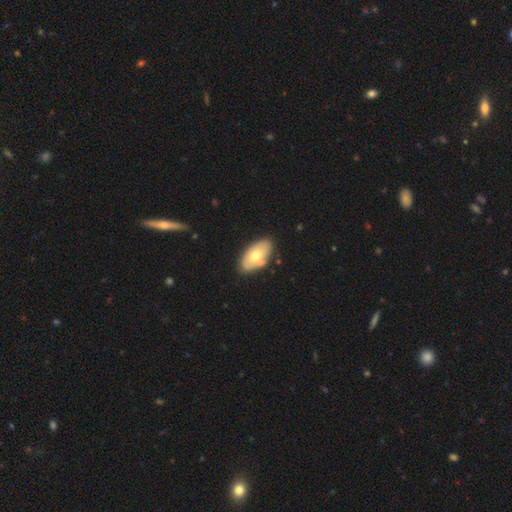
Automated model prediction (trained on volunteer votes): smooth-or-featured: smooth: 62% | featured or disk: 33% | star or artifact: 5%
  how-rounded: in between: 94% | round: 4% | cigar-shaped: 2%
  merging: none: 77% | minor disturbance: 16% | merger: 4% | major disturbance: 3%